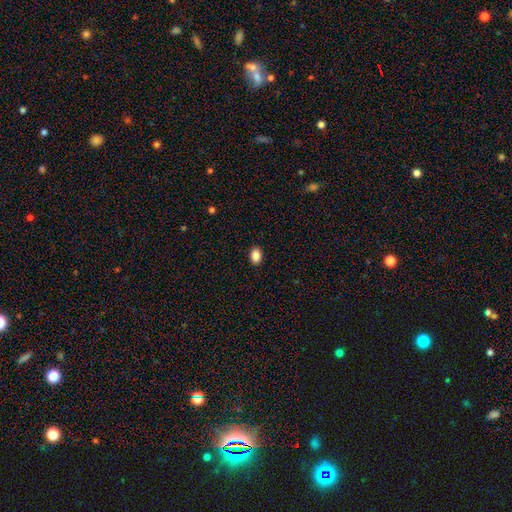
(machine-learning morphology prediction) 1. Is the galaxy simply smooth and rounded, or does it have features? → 88% smooth, 8% star or artifact, 3% featured or disk.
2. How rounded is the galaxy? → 86% in between, 13% round, 1% cigar-shaped.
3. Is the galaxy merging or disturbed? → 91% none, 7% minor disturbance, 2% major disturbance, 1% merger.